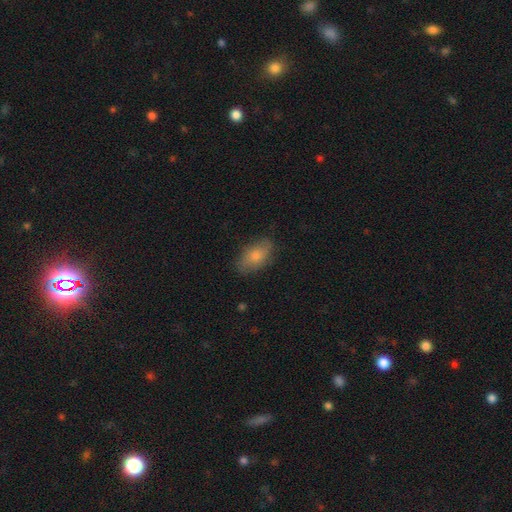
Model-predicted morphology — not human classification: Q: Smooth or featured?
A: smooth (79%); runner-up: featured or disk (14%)
Q: How rounded?
A: in between (91%); runner-up: round (5%)
Q: Merging?
A: none (79%); runner-up: minor disturbance (16%)